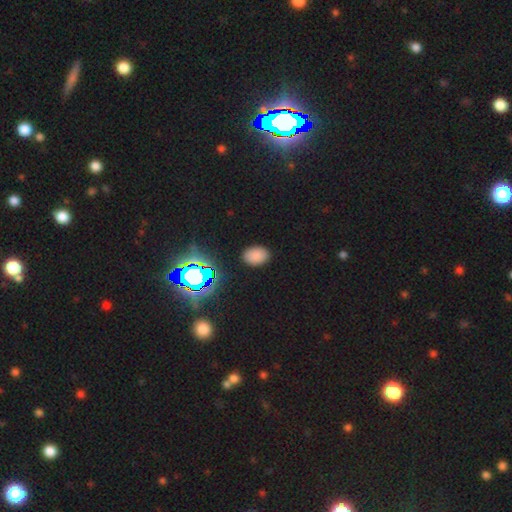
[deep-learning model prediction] This is likely a smooth galaxy (76%). How rounded: clearly in between (82%). Merging: clearly none (87%).